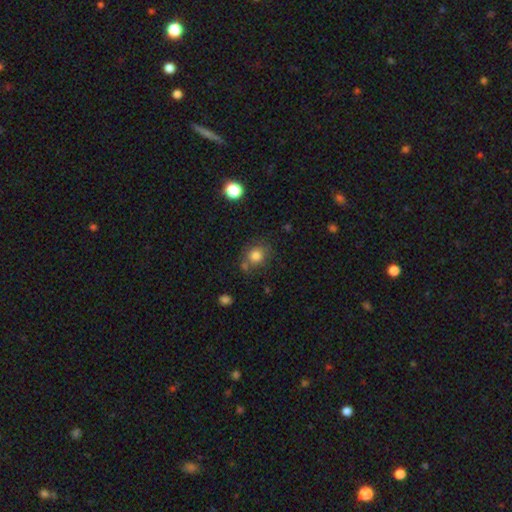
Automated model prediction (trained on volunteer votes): This appears to be a smooth galaxy with no disk features (81%) that is round (80%). Merging: none (69%).